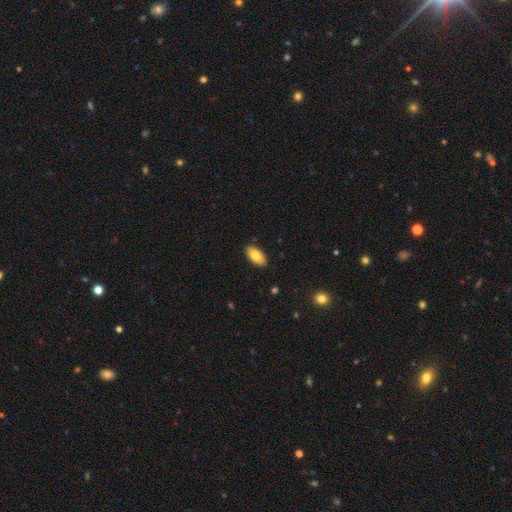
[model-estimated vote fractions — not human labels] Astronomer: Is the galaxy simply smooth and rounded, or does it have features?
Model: smooth — 83%.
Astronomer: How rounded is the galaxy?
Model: in between — 93%.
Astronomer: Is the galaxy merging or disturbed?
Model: none — 89%.